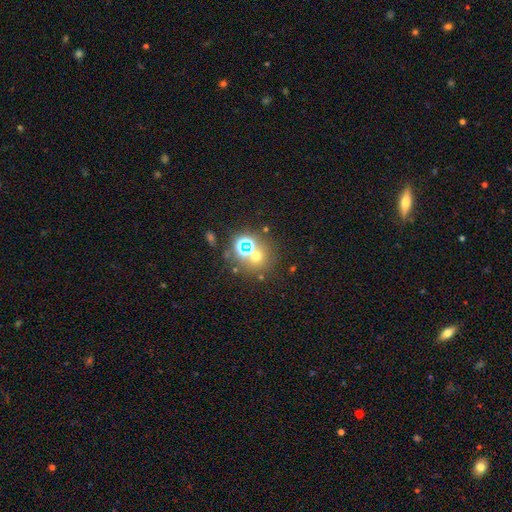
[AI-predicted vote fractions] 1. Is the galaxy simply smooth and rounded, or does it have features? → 52% smooth, 36% star or artifact, 12% featured or disk.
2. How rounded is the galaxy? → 84% round, 15% in between, 1% cigar-shaped.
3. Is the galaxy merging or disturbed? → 63% none, 24% merger, 8% minor disturbance, 5% major disturbance.